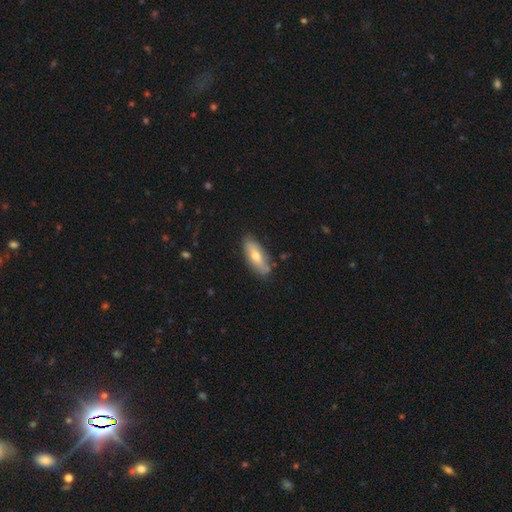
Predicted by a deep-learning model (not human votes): smooth_or_featured: smooth (p=0.62) [alt: featured or disk p=0.32]
how_rounded: in between (p=0.74) [alt: cigar-shaped p=0.24]
merging: none (p=0.81) [alt: minor disturbance p=0.15]